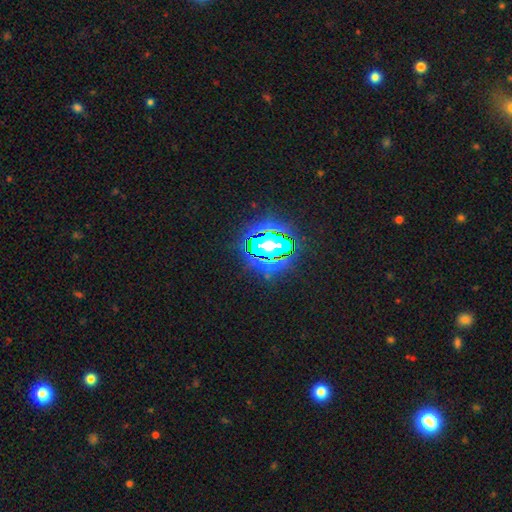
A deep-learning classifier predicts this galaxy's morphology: Smooth or featured? Predicted: star or artifact (p=0.80).